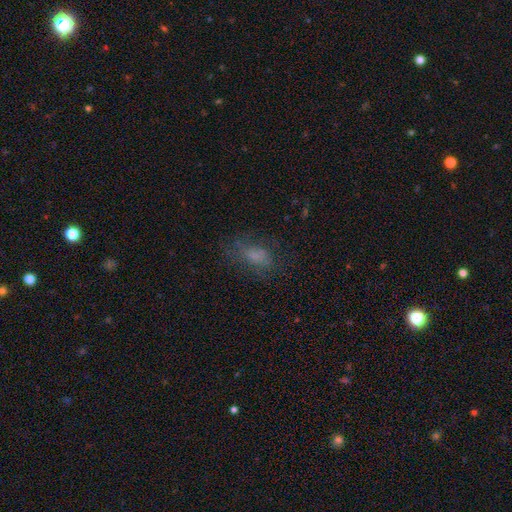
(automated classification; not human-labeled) Overall: smooth (63%). How rounded: in between (81%). Merging: none (59%; minor disturbance 21%).